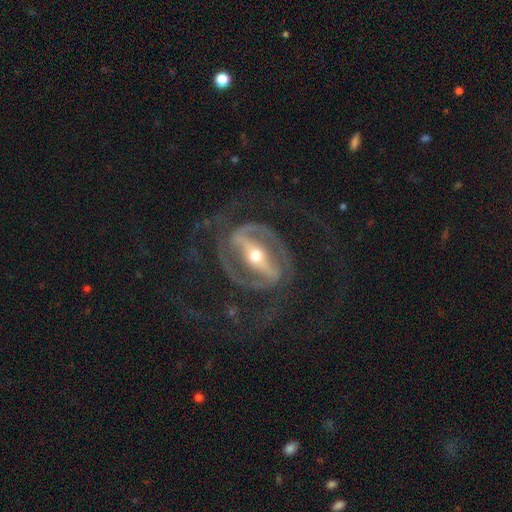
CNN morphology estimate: smooth-or-featured: featured or disk: 90% | star or artifact: 5% | smooth: 4%
  disk-edge-on: no: 92% | yes: 8%
    bar: strong: 84% | weak: 10% | no: 5%
    has-spiral-arms: yes: 88% | no: 12%
      spiral-winding: medium: 51% | tight: 32% | loose: 17%
      spiral-arm-count: 2: 90% | can't tell: 4% | 1: 2% | 3: 2% | 4: 1% | more than 4: 1%
    bulge-size: moderate: 49% | small: 45% | large: 3% | dominant: 1% | none: 1%
  merging: none: 69% | major disturbance: 17% | minor disturbance: 12% | merger: 2%